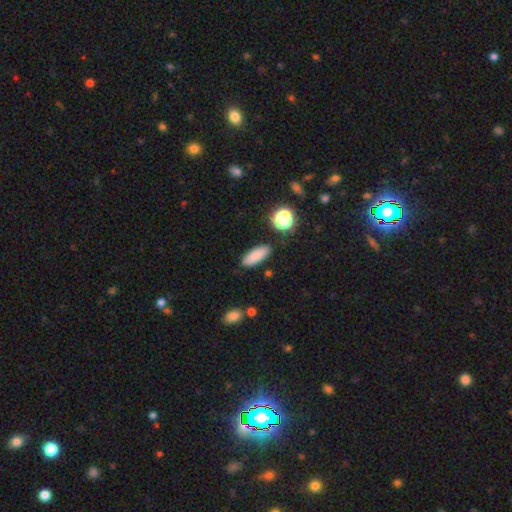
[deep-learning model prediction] Smooth or featured? smooth (85%)
How rounded? in between (65%)
Merging? none (87%)